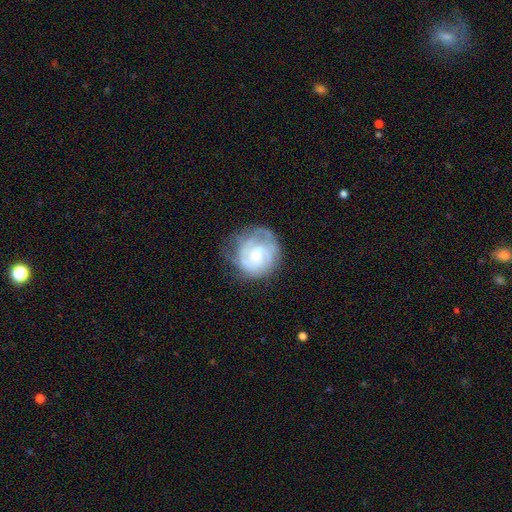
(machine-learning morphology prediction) This is likely a featured or disk galaxy (64%). It is clearly not viewed edge-on (98%). Bar: likely no (76%). Spiral arm pattern: likely yes (75%). Central bulge: possibly small (54%). Merging: possibly none (54%).